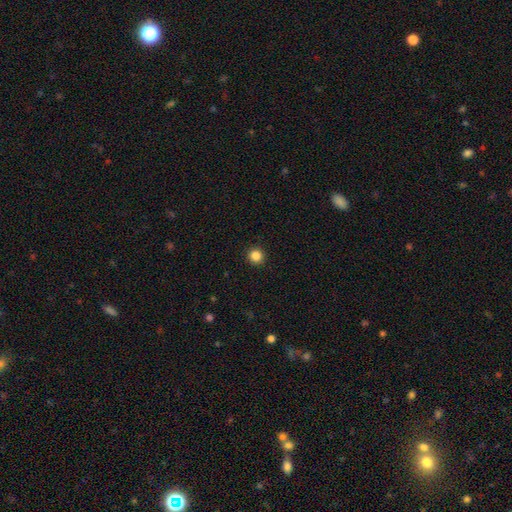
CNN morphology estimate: Overall: smooth (85%). How rounded: round (95%). Merging: none (93%).